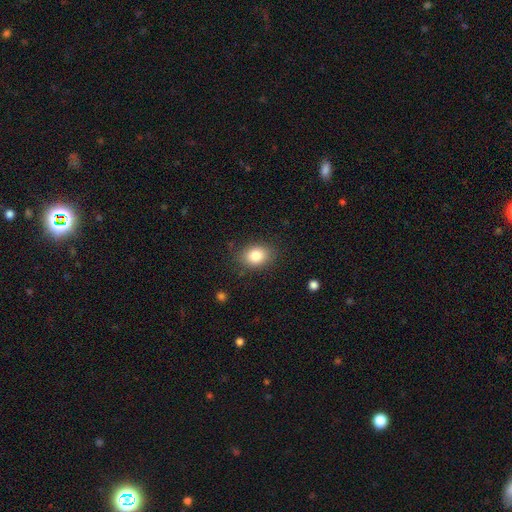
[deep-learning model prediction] Morphology: type=smooth (83%); roundness=in between (62%); merging=none (83%).